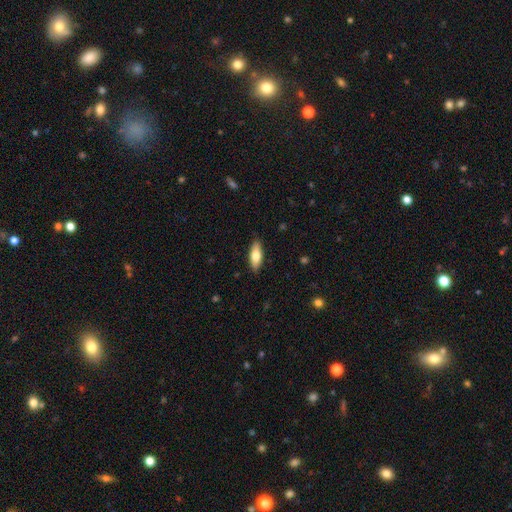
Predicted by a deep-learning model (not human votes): Smooth or featured: smooth — 73% (featured or disk — 21%)
How rounded: in between — 72% (cigar-shaped — 26%)
Merging: none — 88% (minor disturbance — 9%)